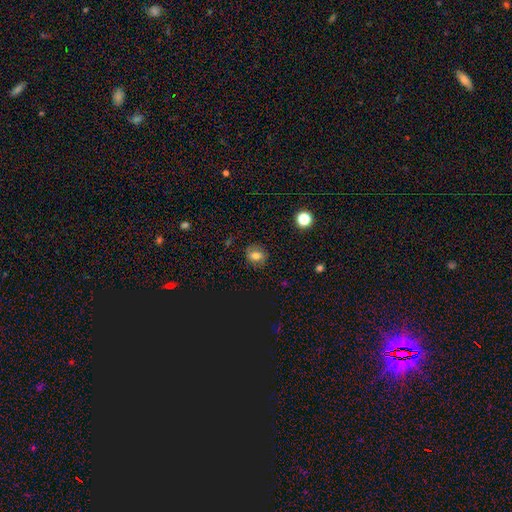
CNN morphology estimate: Smooth or featured: smooth — 65% (featured or disk — 18%)
How rounded: round — 61% (in between — 37%)
Merging: none — 81% (minor disturbance — 13%)